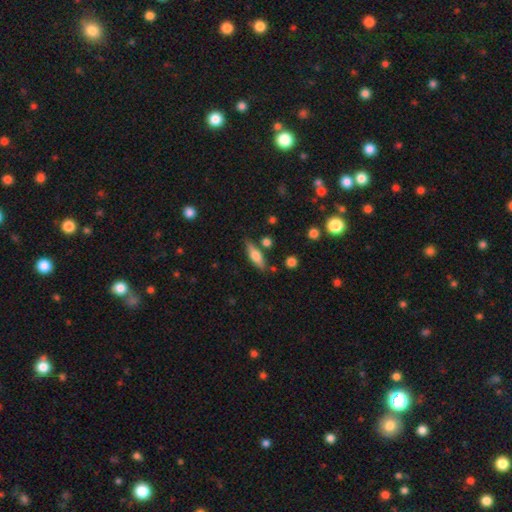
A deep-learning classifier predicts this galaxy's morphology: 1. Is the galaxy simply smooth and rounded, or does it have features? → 62% smooth, 31% featured or disk, 7% star or artifact.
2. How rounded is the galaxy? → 52% cigar-shaped, 45% in between, 3% round.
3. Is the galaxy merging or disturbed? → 78% none, 13% minor disturbance, 6% merger, 3% major disturbance.